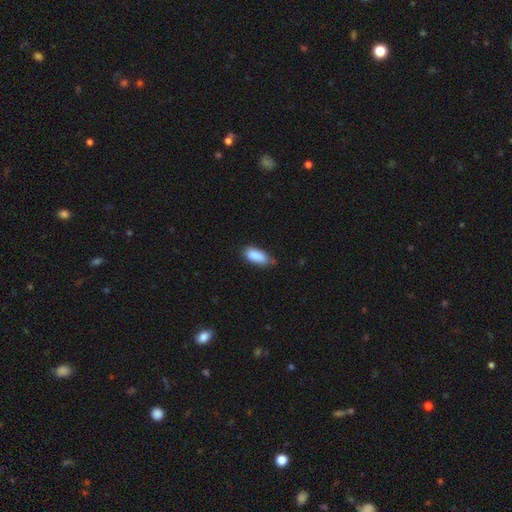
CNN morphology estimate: The model was most divided on "merging": none: 66%, minor disturbance: 28%, major disturbance: 4%, merger: 2%. More confident: smooth or featured — smooth (88%); how rounded — in between (85%).